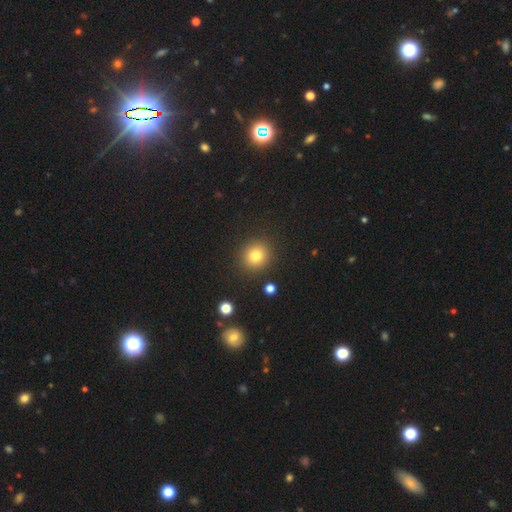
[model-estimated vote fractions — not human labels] Q: Smooth or featured?
A: smooth (80%); runner-up: star or artifact (13%)
Q: How rounded?
A: round (88%); runner-up: in between (11%)
Q: Merging?
A: none (88%); runner-up: minor disturbance (7%)